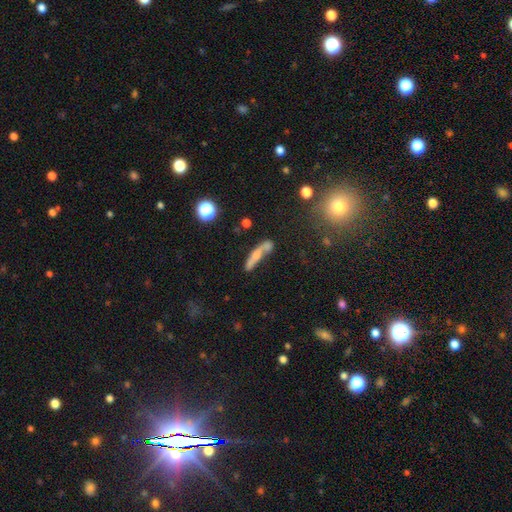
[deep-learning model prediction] smooth_or_featured: smooth (p=0.49) [alt: featured or disk p=0.41]
merging: none (p=0.42) [alt: merger p=0.25]